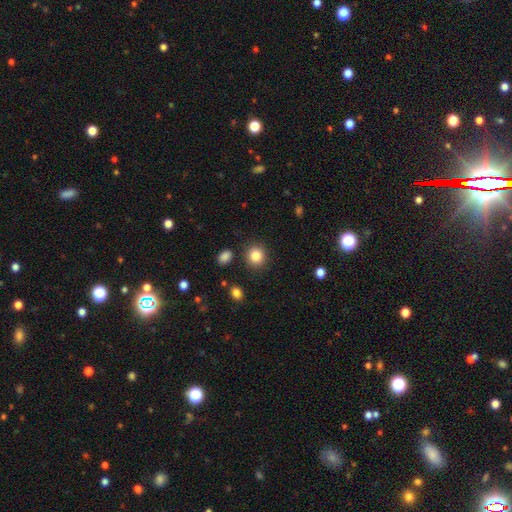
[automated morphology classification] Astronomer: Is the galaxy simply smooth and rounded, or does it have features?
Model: smooth — 85%.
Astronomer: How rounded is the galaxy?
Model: round — 87%.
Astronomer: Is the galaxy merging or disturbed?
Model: none — 89%.